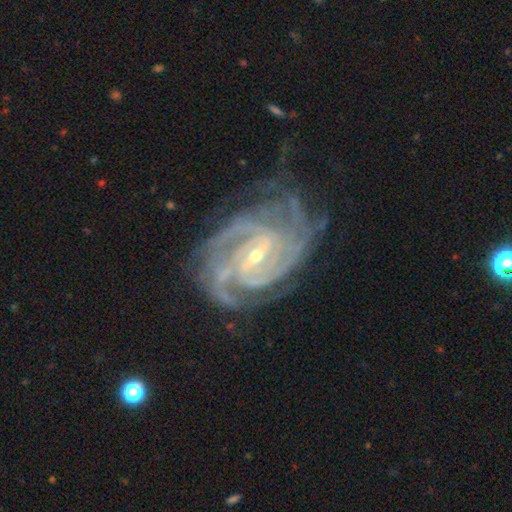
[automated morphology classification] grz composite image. It shows a featured or disk galaxy (92%) with a weak bar (45%), 4 (29%) tight (65%) spiral arms (99%) and a small central bulge (72%). Merging: none (65%).